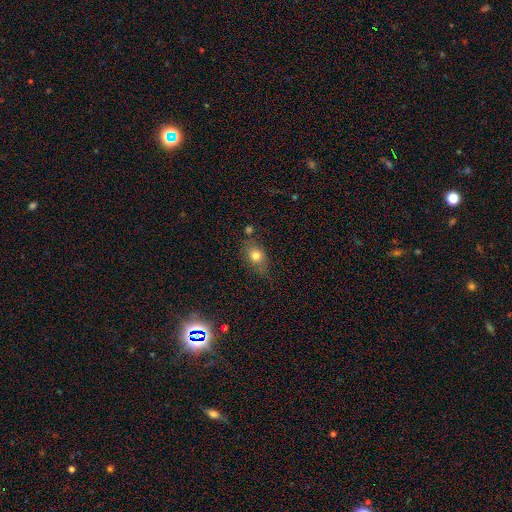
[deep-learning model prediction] Morphology: type=smooth (76%); roundness=in between (54%); merging=none (65%).